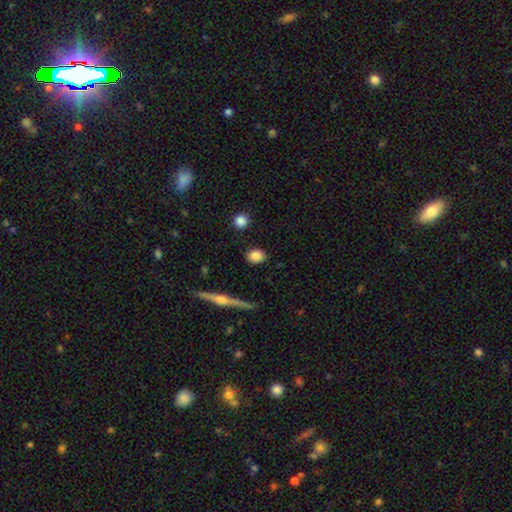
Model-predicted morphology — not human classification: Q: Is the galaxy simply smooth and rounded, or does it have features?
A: smooth — 83%.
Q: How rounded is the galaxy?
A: round — 51%.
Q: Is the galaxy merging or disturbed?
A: none — 88%.